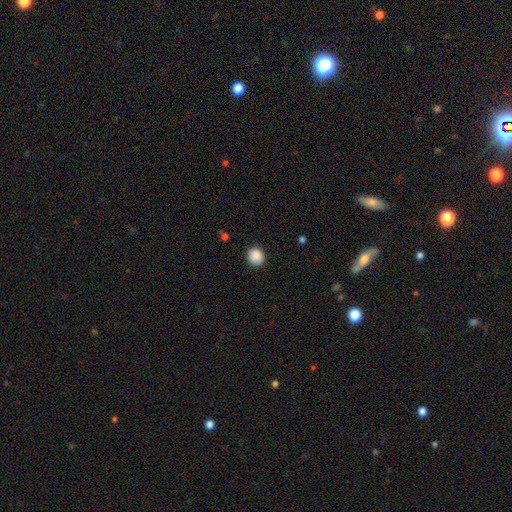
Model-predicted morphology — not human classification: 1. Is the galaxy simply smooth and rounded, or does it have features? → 89% smooth, 8% star or artifact, 3% featured or disk.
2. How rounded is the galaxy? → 85% round, 14% in between, 1% cigar-shaped.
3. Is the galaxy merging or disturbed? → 88% none, 8% minor disturbance, 2% major disturbance, 1% merger.